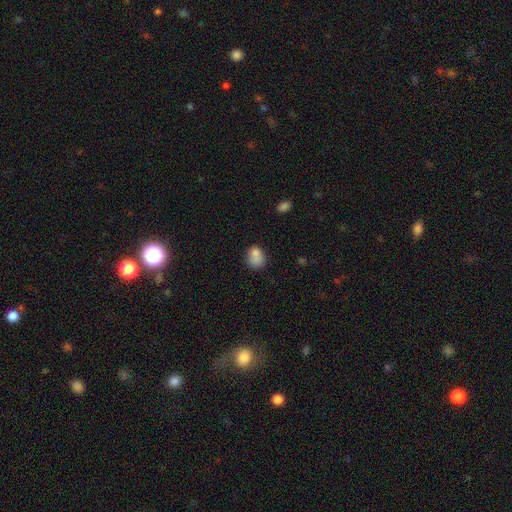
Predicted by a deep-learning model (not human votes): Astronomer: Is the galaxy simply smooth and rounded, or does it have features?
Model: smooth — 79%.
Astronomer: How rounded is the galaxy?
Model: round — 52% (runner-up: in between, 47%).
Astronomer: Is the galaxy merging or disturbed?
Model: none — 48% (runner-up: minor disturbance, 23%).